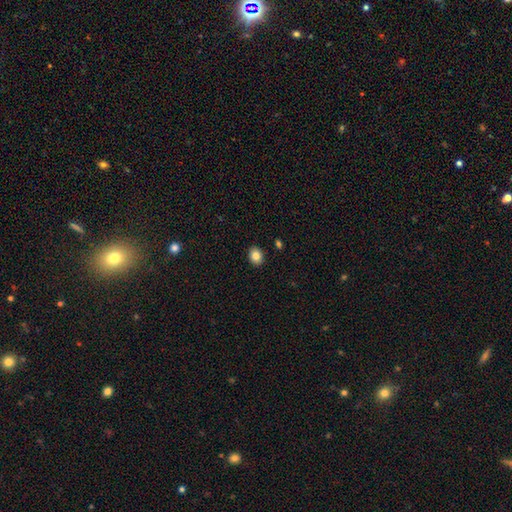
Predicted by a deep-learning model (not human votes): This appears to be a smooth galaxy with no disk features (83%) that is round (53%). Merging: none (90%).